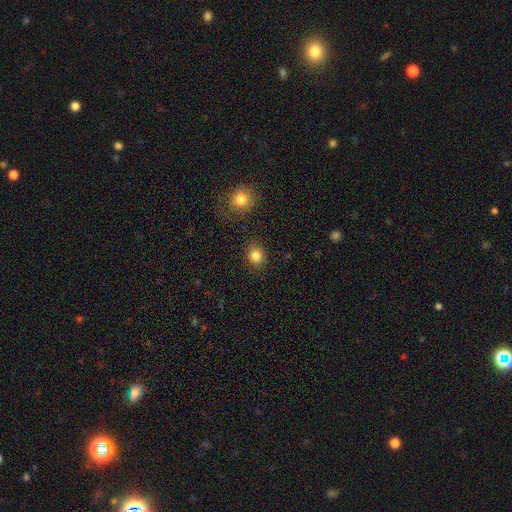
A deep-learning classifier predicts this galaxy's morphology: smooth_or_featured: smooth (p=0.83) [alt: star or artifact p=0.12]
how_rounded: round (p=0.74) [alt: in between p=0.25]
merging: none (p=0.85) [alt: minor disturbance p=0.10]